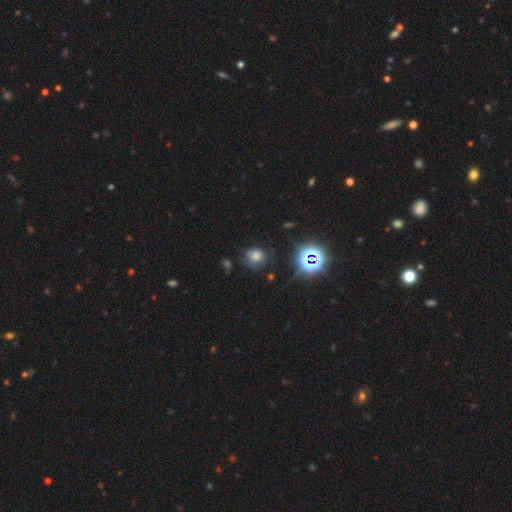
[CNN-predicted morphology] smooth-or-featured: smooth: 63% | star or artifact: 23% | featured or disk: 14%
  how-rounded: round: 78% | in between: 21% | cigar-shaped: 1%
  merging: none: 65% | minor disturbance: 22% | major disturbance: 9% | merger: 3%